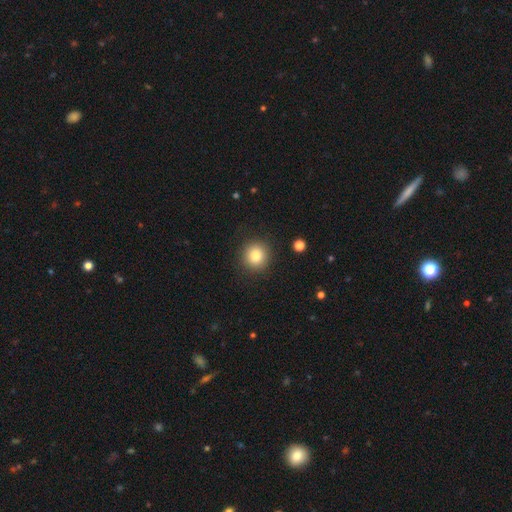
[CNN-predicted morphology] Overall: smooth (81%). How rounded: round (92%). Merging: none (90%).